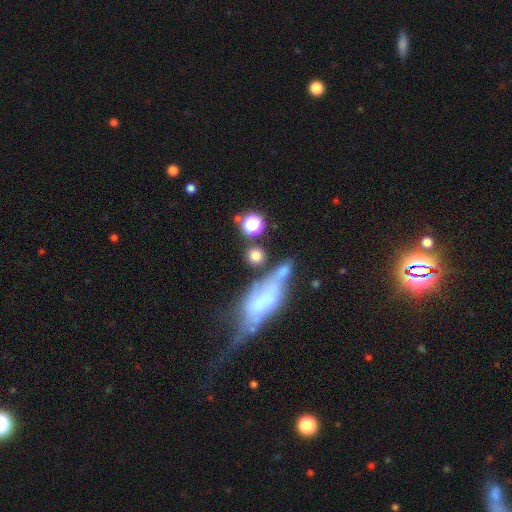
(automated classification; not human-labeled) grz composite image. It shows a smooth galaxy with no disk features (76%) that is round (71%). Merging: none (68%).